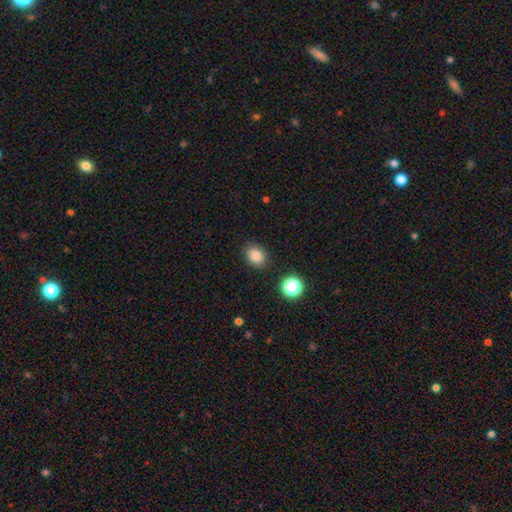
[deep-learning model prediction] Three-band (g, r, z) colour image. It shows a smooth galaxy with no disk features (83%) that is in between round and cigar-shaped (53%). Merging: none (86%).